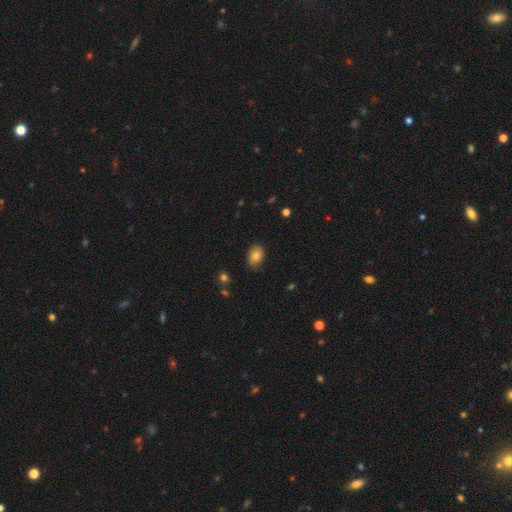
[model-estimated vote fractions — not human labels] Overall: smooth (82%). How rounded: in between (77%). Merging: none (82%).